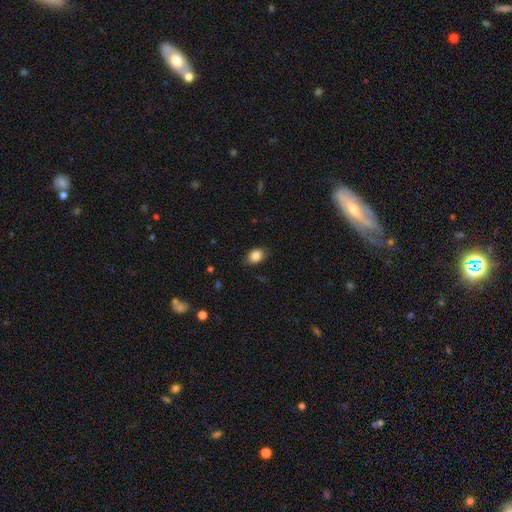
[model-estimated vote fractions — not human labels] smooth-or-featured: smooth: 85% | star or artifact: 8% | featured or disk: 6%
  how-rounded: in between: 67% | round: 32% | cigar-shaped: 1%
  merging: none: 78% | minor disturbance: 18% | major disturbance: 4% | merger: 1%